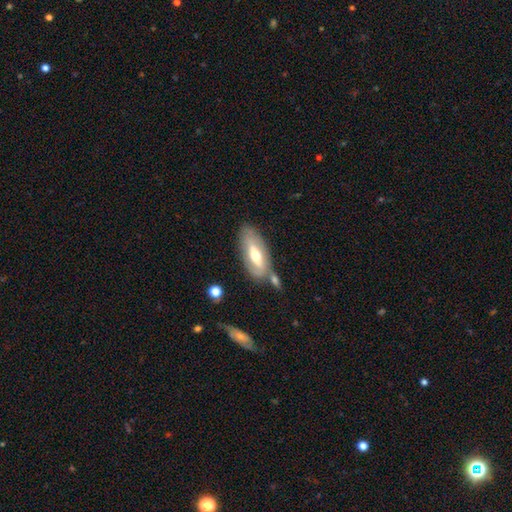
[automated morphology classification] Smooth or featured? Predicted: featured or disk (p=0.53). Edge-on disk? Predicted: no (p=0.70). Merging? Predicted: none (p=0.60).